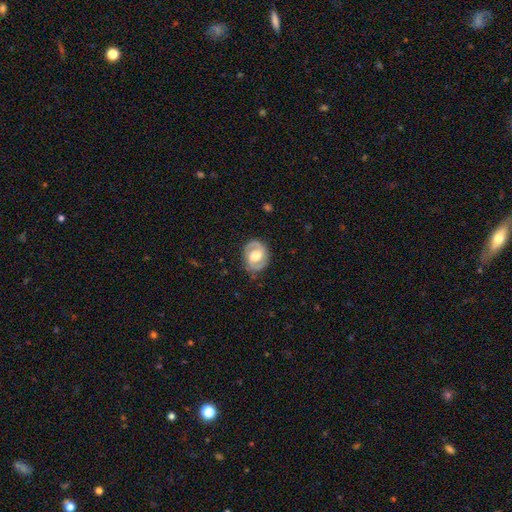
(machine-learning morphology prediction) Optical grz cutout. It shows a featured or disk galaxy (75%) with a weak bar (42%, tied with no), 2 (88%) medium (46%) spiral arms (85%) and a moderate central bulge (49%). Merging: none (82%).